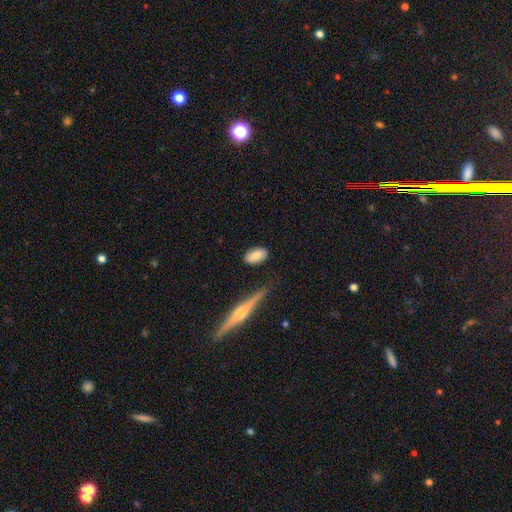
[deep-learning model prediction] A smooth galaxy with no disk features (80%) that is in between round and cigar-shaped (90%).

Vote fractions:
- Smooth or featured? smooth: 80% / featured or disk: 14% / star or artifact: 7%
- How rounded? in between: 90% / round: 5% / cigar-shaped: 4%
- Merging? none: 81% / minor disturbance: 13% / major disturbance: 3% / merger: 3%